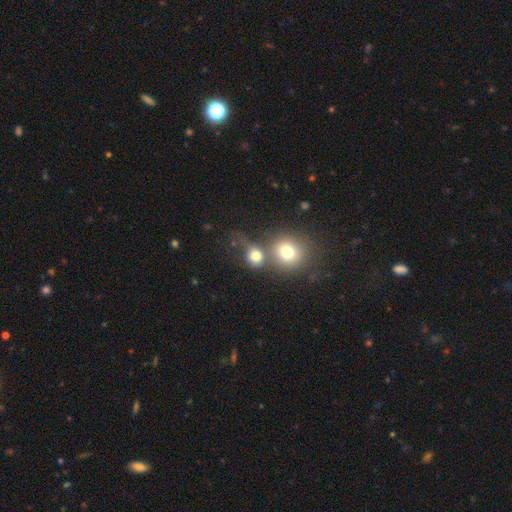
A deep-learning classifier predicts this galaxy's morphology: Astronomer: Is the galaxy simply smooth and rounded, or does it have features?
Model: smooth — 76%.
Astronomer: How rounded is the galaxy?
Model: round — 77%.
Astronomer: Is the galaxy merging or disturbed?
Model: merger — 43% (runner-up: none, 35%).